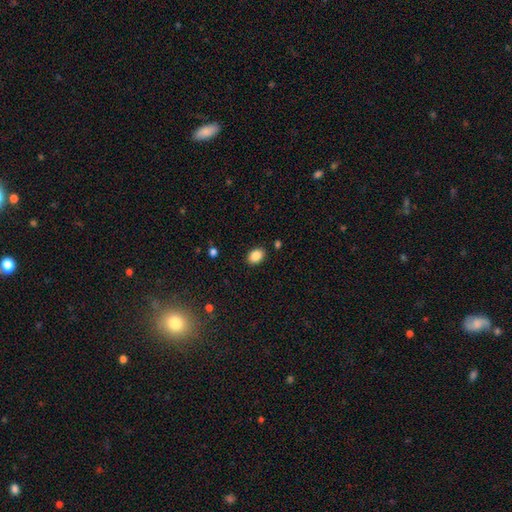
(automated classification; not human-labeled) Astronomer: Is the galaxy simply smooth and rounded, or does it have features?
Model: smooth — 87%.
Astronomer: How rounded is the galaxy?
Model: in between — 75%.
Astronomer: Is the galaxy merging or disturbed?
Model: none — 87%.